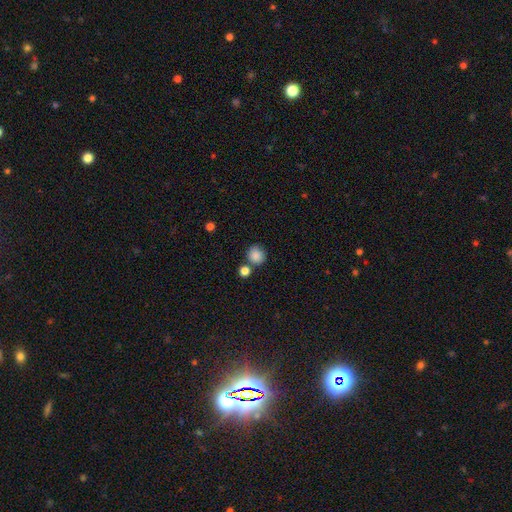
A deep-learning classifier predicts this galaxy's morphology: Q: Smooth or featured?
A: smooth (86%); runner-up: star or artifact (9%)
Q: How rounded?
A: round (87%); runner-up: in between (12%)
Q: Merging?
A: none (69%); runner-up: merger (16%)